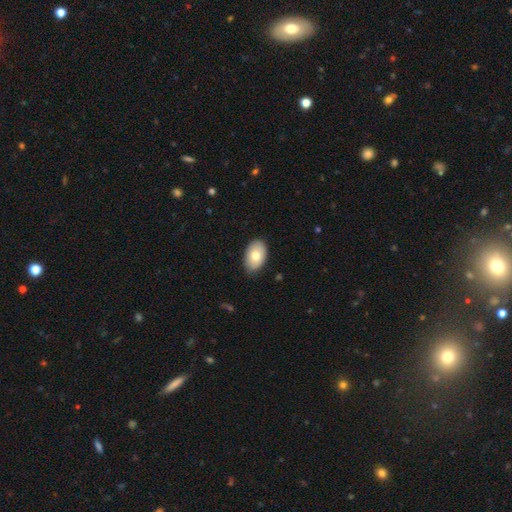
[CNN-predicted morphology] smooth 77%, featured or disk 17%, star or artifact 7%. Down the decision tree: how rounded — in between (91%); merging — none (84%).